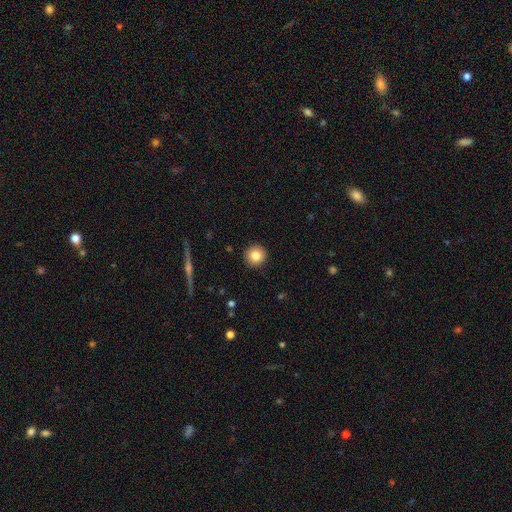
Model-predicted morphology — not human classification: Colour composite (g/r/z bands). It shows a smooth galaxy with no disk features (82%) that is round (95%). Merging: none (92%).